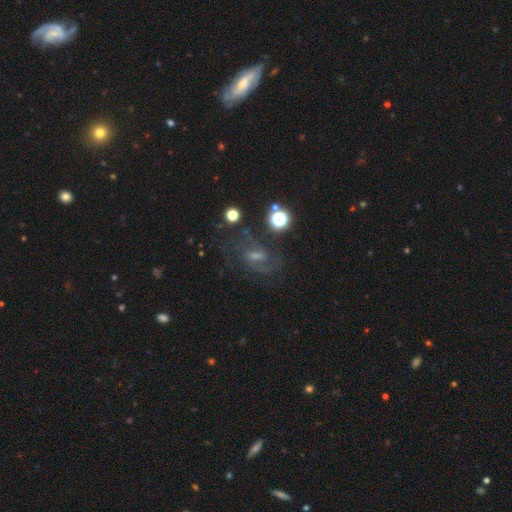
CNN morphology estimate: featured or disk 58%, star or artifact 24%, smooth 18%. Down the decision tree: edge-on disk — no (94%); bar — weak (52%); spiral arms — yes (80%); bulge size — small (50%); merging — none (63%).